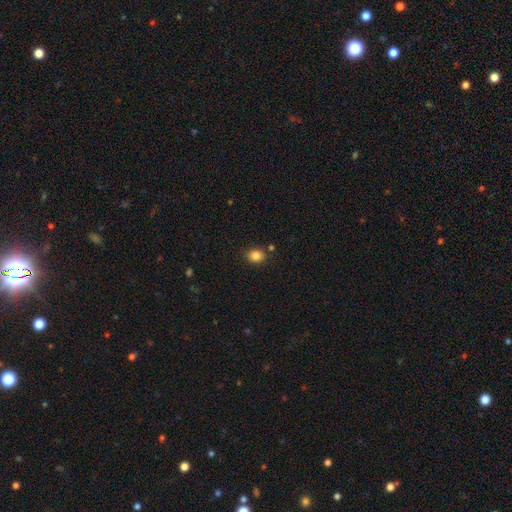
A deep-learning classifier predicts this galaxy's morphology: Smooth or featured?
  - smooth: 84% *
  - star or artifact: 11%
  - featured or disk: 5%
How rounded?
  - round: 56% *
  - in between: 43%
  - cigar-shaped: 1%
Merging?
  - none: 83% *
  - minor disturbance: 10%
  - merger: 5%
  - major disturbance: 3%